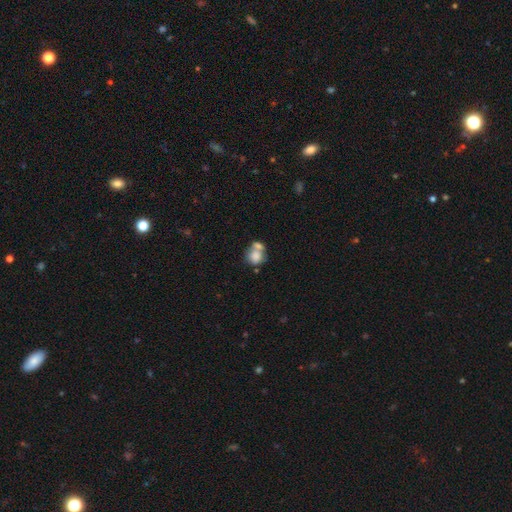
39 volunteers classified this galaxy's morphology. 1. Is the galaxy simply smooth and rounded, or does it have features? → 95% smooth, 3% featured or disk, 3% star or artifact.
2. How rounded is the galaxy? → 78% round, 22% in between, 0% cigar-shaped.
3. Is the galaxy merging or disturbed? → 53% merger, 42% none, 5% major disturbance, 0% minor disturbance.